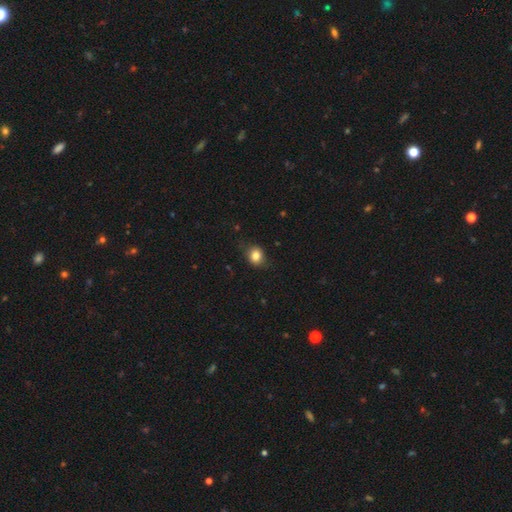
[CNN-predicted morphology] smooth 82%, star or artifact 10%, featured or disk 8%. Down the decision tree: how rounded — round (62%); merging — none (74%).